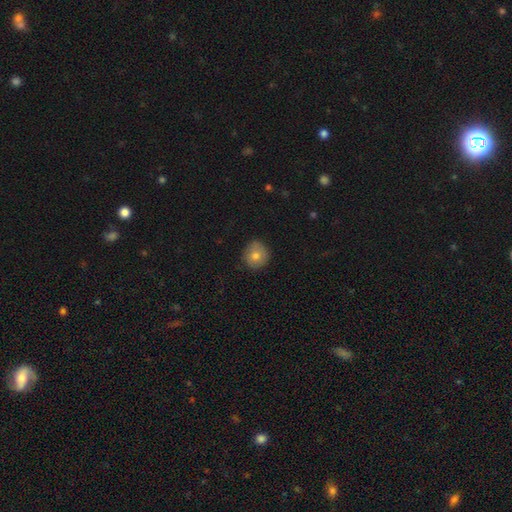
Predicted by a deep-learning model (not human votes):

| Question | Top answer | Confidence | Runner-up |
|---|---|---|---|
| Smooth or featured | smooth | 76% | featured or disk (15%) |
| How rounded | round | 89% | in between (10%) |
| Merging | none | 85% | minor disturbance (12%) |